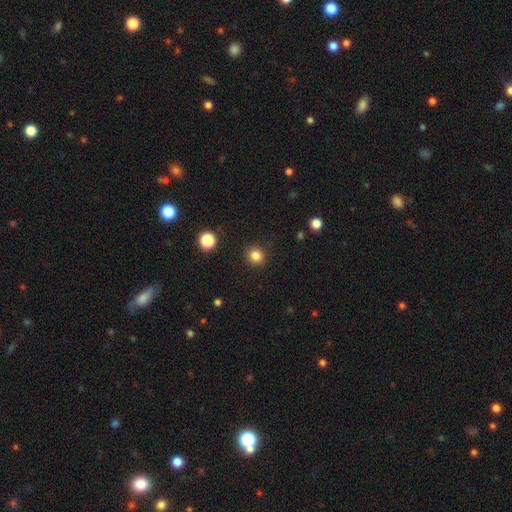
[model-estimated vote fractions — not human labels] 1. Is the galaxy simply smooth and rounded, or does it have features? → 83% smooth, 13% star or artifact, 4% featured or disk.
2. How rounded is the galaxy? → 91% round, 8% in between, 1% cigar-shaped.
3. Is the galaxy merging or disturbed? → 91% none, 5% minor disturbance, 2% major disturbance, 1% merger.